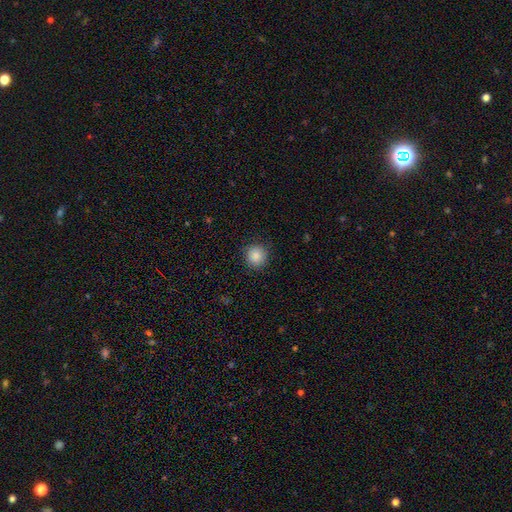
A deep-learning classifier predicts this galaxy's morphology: smooth-or-featured: smooth: 86% | star or artifact: 9% | featured or disk: 5%
  how-rounded: round: 92% | in between: 7% | cigar-shaped: 1%
  merging: none: 88% | minor disturbance: 8% | major disturbance: 2% | merger: 1%